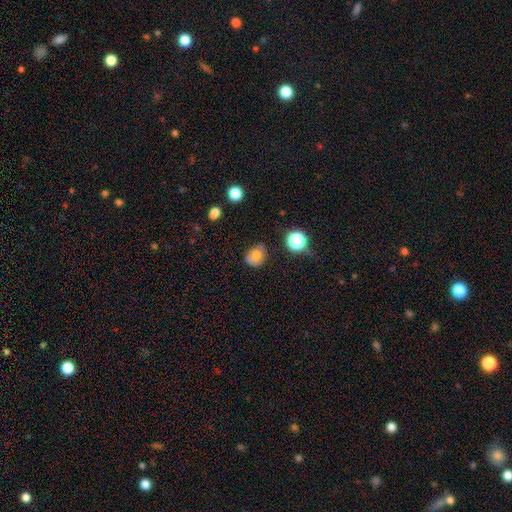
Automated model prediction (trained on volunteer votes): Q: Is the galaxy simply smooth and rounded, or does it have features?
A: smooth — 68%.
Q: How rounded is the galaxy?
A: round — 59%.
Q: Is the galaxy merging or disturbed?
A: none — 57%.